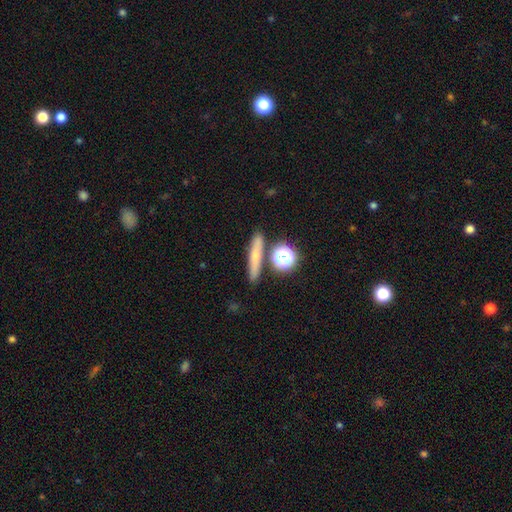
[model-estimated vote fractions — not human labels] A smooth galaxy with no disk features (57%) that is cigar-shaped (63%).

Vote fractions:
- Smooth or featured? smooth: 57% / featured or disk: 28% / star or artifact: 15%
- How rounded? cigar-shaped: 63% / round: 22% / in between: 15%
- Merging? none: 80% / minor disturbance: 9% / merger: 8% / major disturbance: 3%